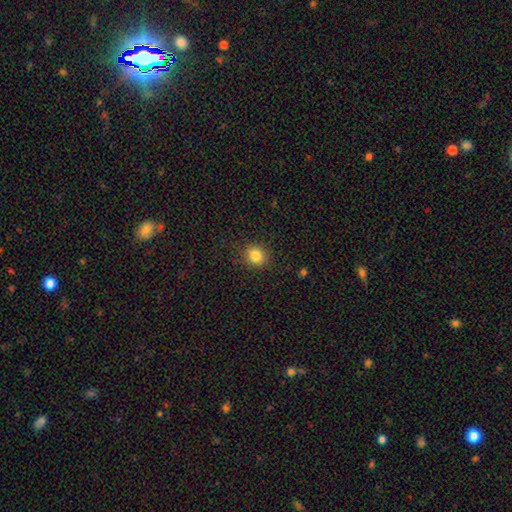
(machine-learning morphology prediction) Overall: smooth (84%). How rounded: round (75%). Merging: none (88%).